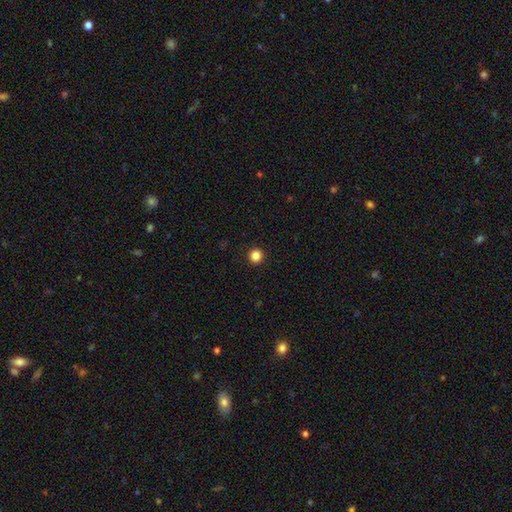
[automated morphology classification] Overall: smooth (85%). How rounded: round (94%). Merging: none (93%).